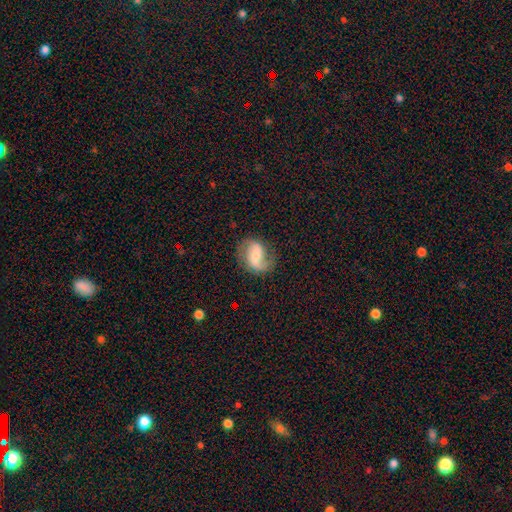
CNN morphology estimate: featured or disk 75%, smooth 18%, star or artifact 7%. Down the decision tree: edge-on disk — no (97%); bar — weak (44%); spiral arms — yes (94%); spiral arm count — 2 (81%); spiral winding — loose (56%); bulge size — small (44%); merging — none (73%).